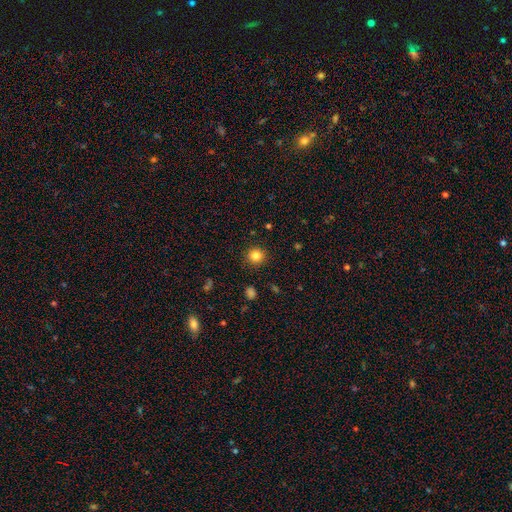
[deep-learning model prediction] A smooth galaxy with no disk features (84%) that is round (93%). Merging: none (91%).